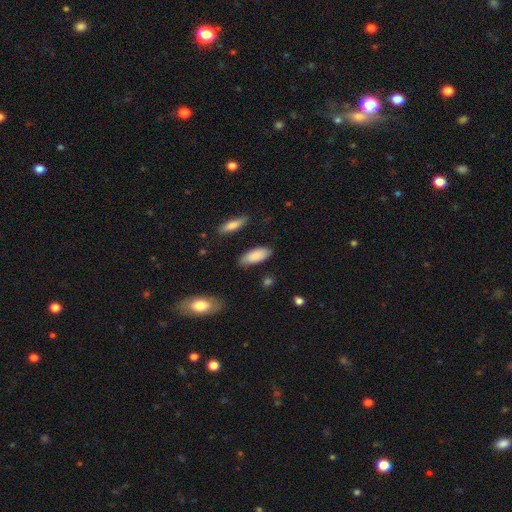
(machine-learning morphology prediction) A smooth galaxy with no disk features (85%) that is in between round and cigar-shaped (82%). Merging: none (75%).